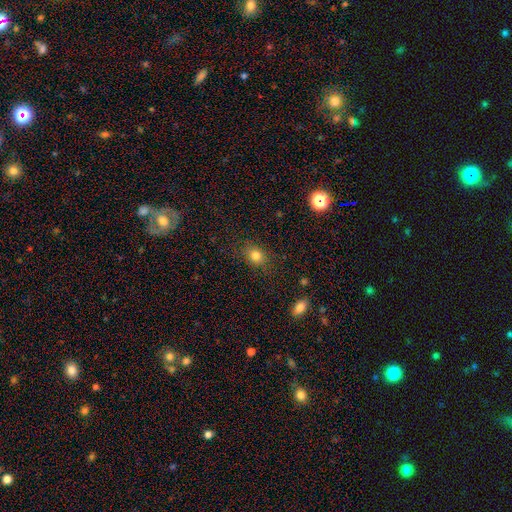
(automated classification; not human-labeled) This appears to be a smooth galaxy with no disk features (80%) that is round (50%). Merging: none (82%).